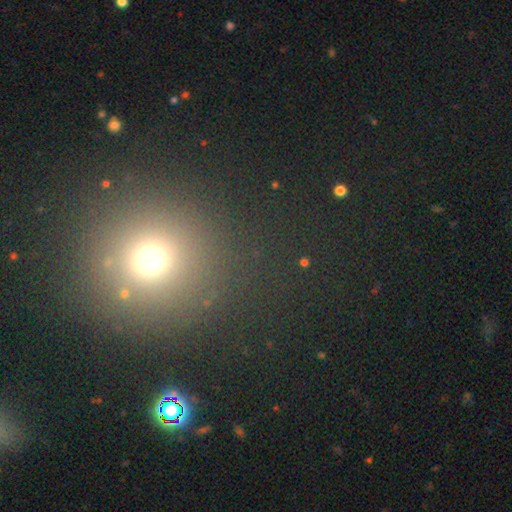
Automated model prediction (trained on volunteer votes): Smooth or featured: smooth — 58% (star or artifact — 34%)
How rounded: round — 93% (in between — 6%)
Merging: none — 86% (minor disturbance — 7%)